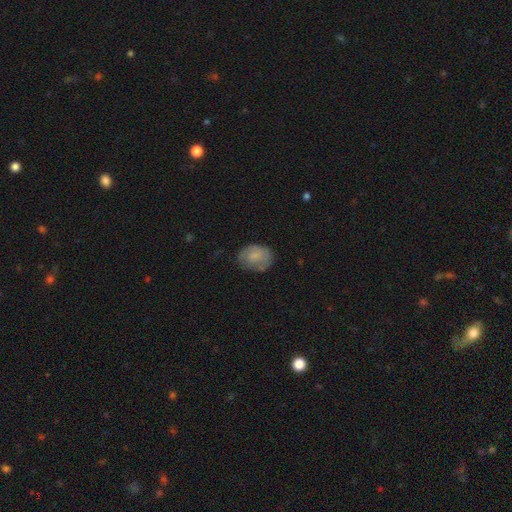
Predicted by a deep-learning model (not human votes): smooth-or-featured: smooth: 69% | featured or disk: 23% | star or artifact: 8%
  how-rounded: in between: 63% | round: 36% | cigar-shaped: 1%
  merging: none: 65% | minor disturbance: 25% | major disturbance: 9% | merger: 1%